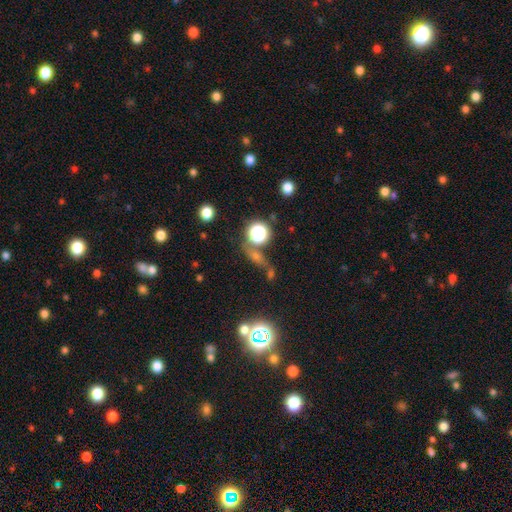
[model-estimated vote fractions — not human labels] A smooth galaxy with no disk features (40%, tied with star or artifact).

Vote fractions:
- Smooth or featured? smooth: 40% (tied) / star or artifact: 40% (tied) / featured or disk: 21%
- Merging? none: 57% / merger: 16% / minor disturbance: 15% / major disturbance: 12%